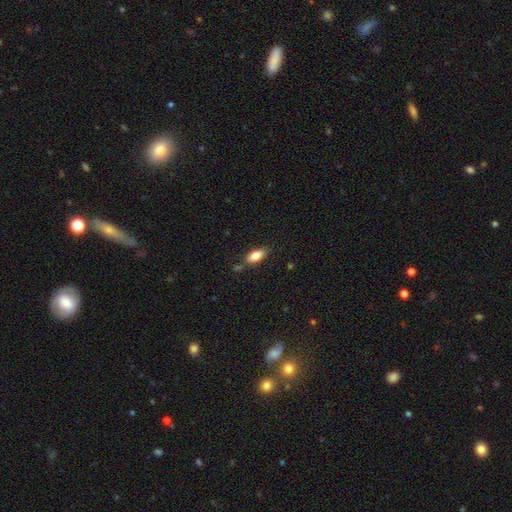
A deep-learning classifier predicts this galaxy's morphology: Overall: smooth (82%). How rounded: in between (87%). Merging: none (76%).